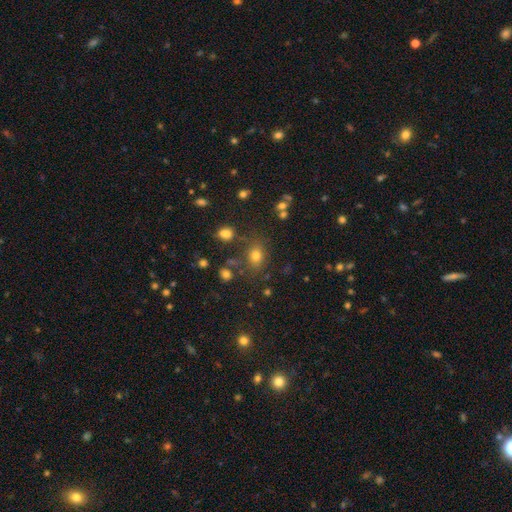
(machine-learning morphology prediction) Smooth or featured?
  - smooth: 69% *
  - star or artifact: 22%
  - featured or disk: 9%
How rounded?
  - in between: 54% *
  - round: 44%
  - cigar-shaped: 2%
Merging?
  - none: 76% *
  - minor disturbance: 13%
  - merger: 7%
  - major disturbance: 5%